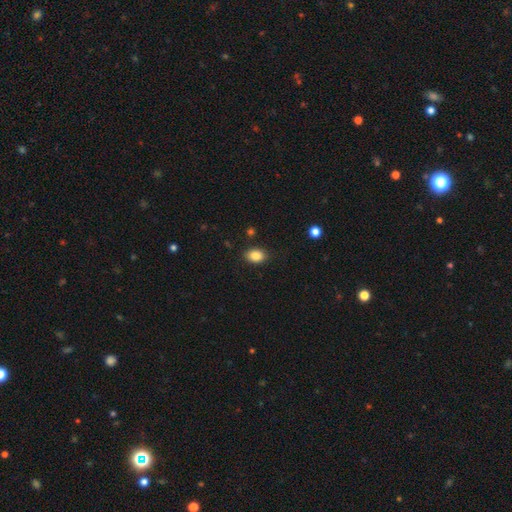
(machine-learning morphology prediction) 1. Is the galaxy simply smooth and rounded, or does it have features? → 86% smooth, 9% star or artifact, 5% featured or disk.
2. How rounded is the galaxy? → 74% in between, 25% round, 1% cigar-shaped.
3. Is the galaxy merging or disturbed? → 86% none, 10% minor disturbance, 2% major disturbance, 2% merger.